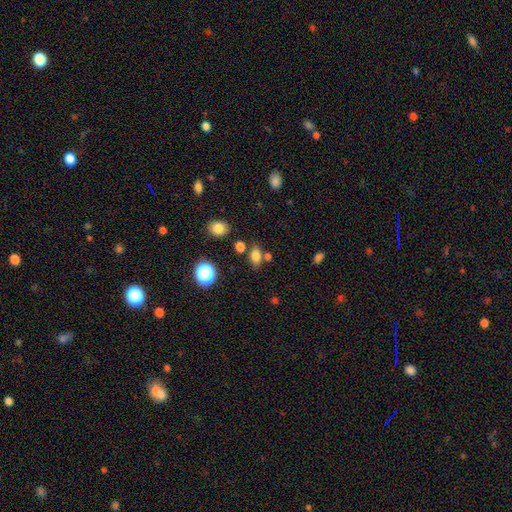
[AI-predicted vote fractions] Smooth or featured?
  - smooth: 78% *
  - star or artifact: 14%
  - featured or disk: 8%
How rounded?
  - in between: 79% *
  - round: 18%
  - cigar-shaped: 3%
Merging?
  - none: 68% *
  - minor disturbance: 14%
  - merger: 14%
  - major disturbance: 5%